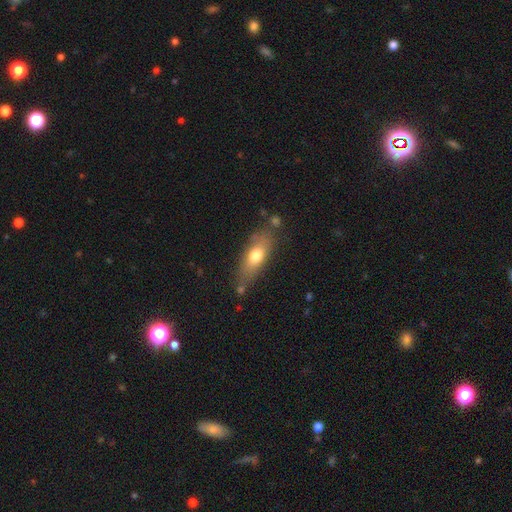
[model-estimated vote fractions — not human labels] smooth 69%, featured or disk 24%, star or artifact 7%. Down the decision tree: how rounded — in between (67%); merging — none (69%).